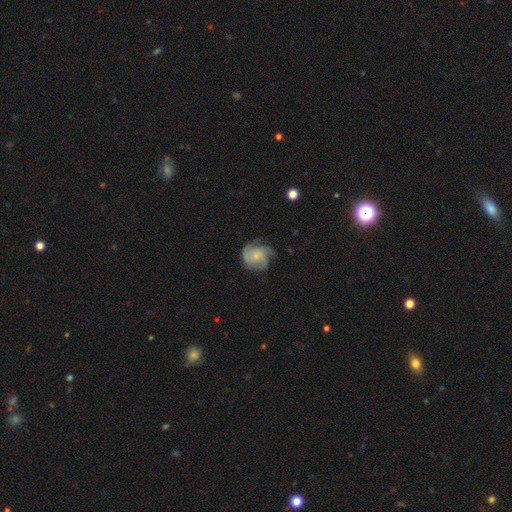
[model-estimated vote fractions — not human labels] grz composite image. It shows a featured or disk galaxy (69%) with no bar (78%), 3 (44%) tight (44%) spiral arms (92%) and a small central bulge (64%). Merging: none (60%).